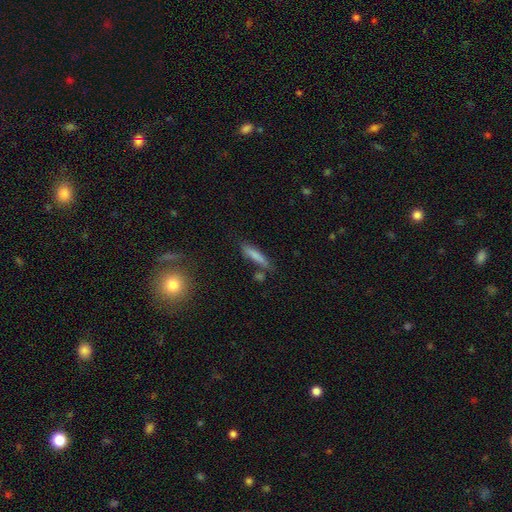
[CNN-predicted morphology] smooth_or_featured: smooth (p=0.78) [alt: featured or disk p=0.14]
how_rounded: cigar-shaped (p=0.83) [alt: in between p=0.15]
merging: none (p=0.70) [alt: minor disturbance p=0.17]